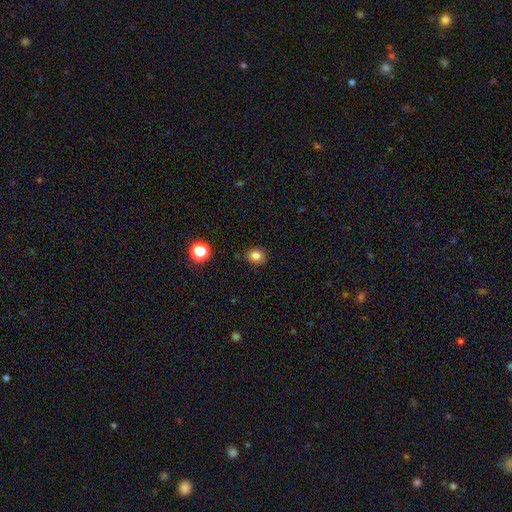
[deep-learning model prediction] This is clearly a smooth galaxy (80%). How rounded: likely round (72%). Merging: clearly none (87%).